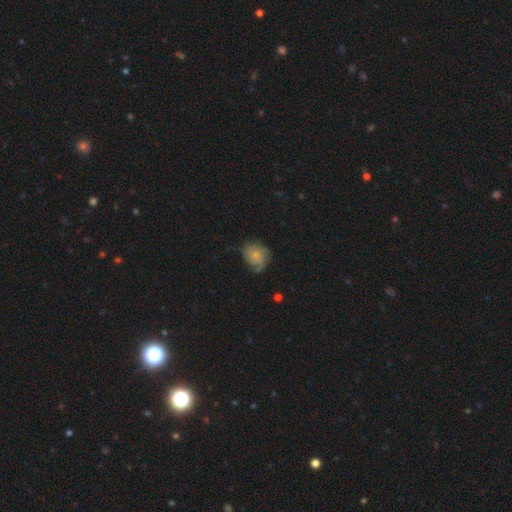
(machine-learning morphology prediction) Smooth or featured: smooth — 53% (featured or disk — 38%)
How rounded: round — 63% (in between — 36%)
Merging: none — 51% (minor disturbance — 32%)